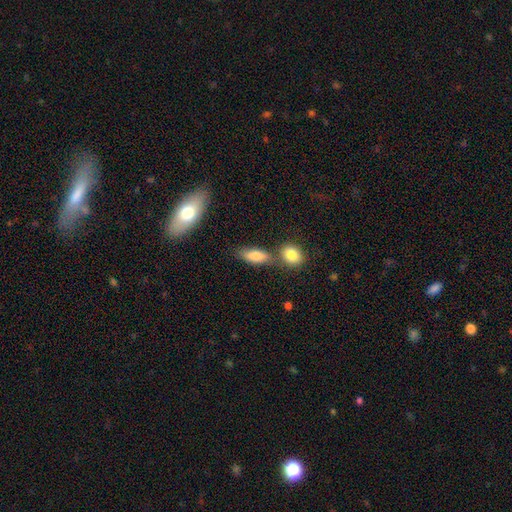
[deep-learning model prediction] This is likely a smooth galaxy (76%). How rounded: likely in between (72%). Merging: possibly none (57%).